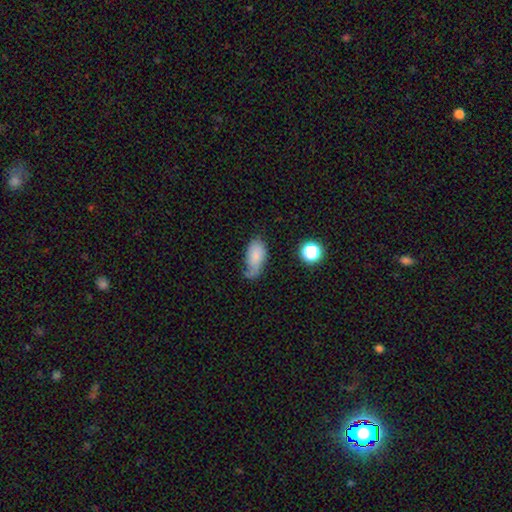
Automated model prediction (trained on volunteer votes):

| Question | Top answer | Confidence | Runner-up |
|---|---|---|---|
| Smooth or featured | smooth | 70% | featured or disk (20%) |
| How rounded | in between | 91% | round (5%) |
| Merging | none | 36% | minor disturbance (34%) |